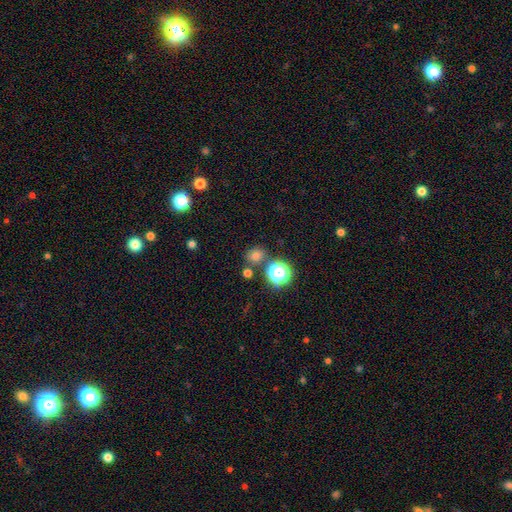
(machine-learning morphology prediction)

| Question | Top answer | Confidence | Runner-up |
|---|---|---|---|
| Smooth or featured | smooth | 69% | star or artifact (25%) |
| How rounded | round | 75% | in between (24%) |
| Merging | none | 79% | minor disturbance (9%) |